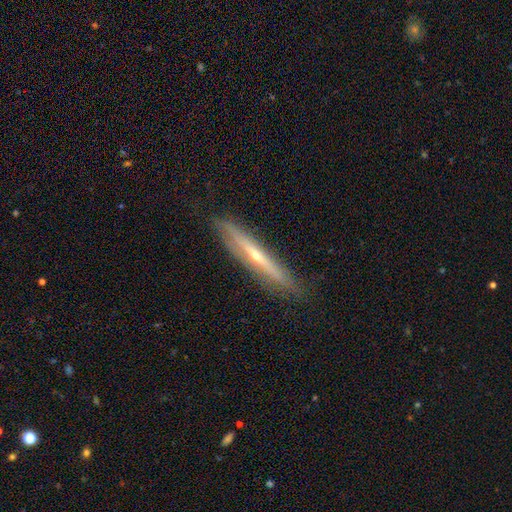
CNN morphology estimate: Smooth or featured?
  - featured or disk: 72% *
  - smooth: 21%
  - star or artifact: 7%
Edge-on disk?
  - yes: 92% *
  - no: 8%
Edge-on bulge?
  - rounded: 75% *
  - none: 22%
  - boxy: 3%
Merging?
  - none: 86% *
  - minor disturbance: 11%
  - major disturbance: 2%
  - merger: 1%